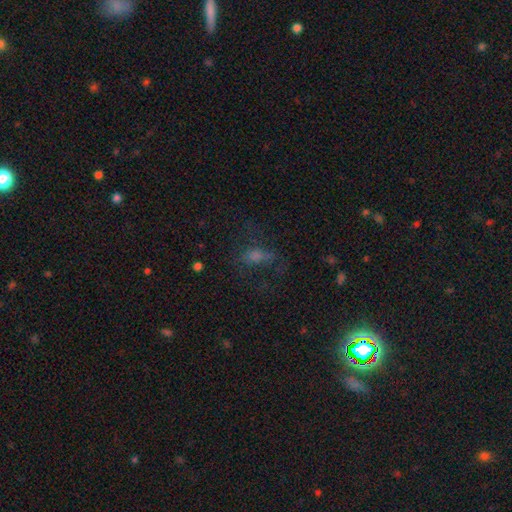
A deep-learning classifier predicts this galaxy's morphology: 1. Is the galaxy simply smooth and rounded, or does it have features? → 41% smooth, 32% star or artifact, 27% featured or disk.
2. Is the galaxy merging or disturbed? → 52% none, 27% major disturbance, 19% minor disturbance, 3% merger.